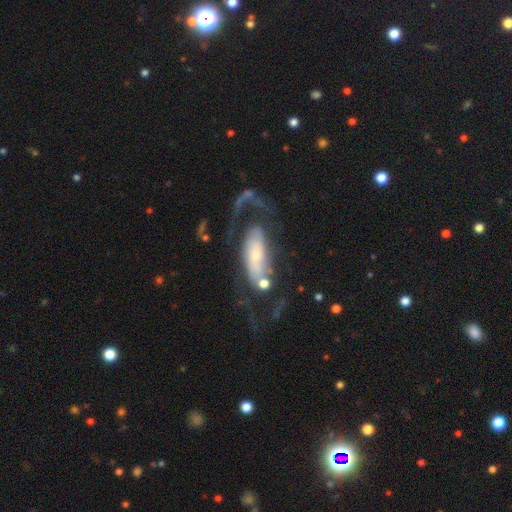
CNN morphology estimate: A featured or disk galaxy (72%) with no bar (62%), 2 (47%) loose (43%) spiral arms (83%) and a small central bulge (58%). Merging: major disturbance (38%).